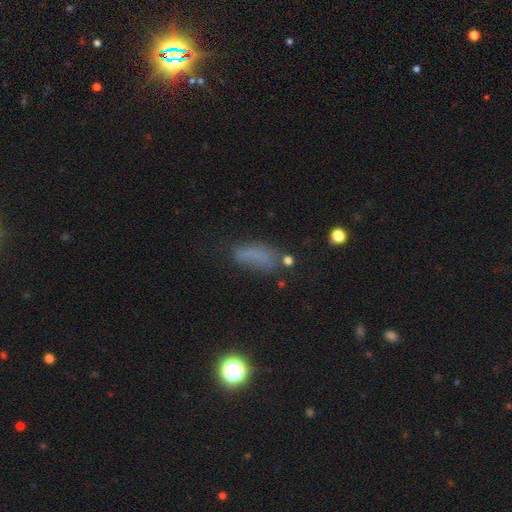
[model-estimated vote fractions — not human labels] Smooth or featured?
  - smooth: 63% *
  - star or artifact: 20%
  - featured or disk: 17%
How rounded?
  - in between: 67% *
  - cigar-shaped: 28%
  - round: 5%
Merging?
  - none: 48% *
  - minor disturbance: 26%
  - major disturbance: 19%
  - merger: 7%